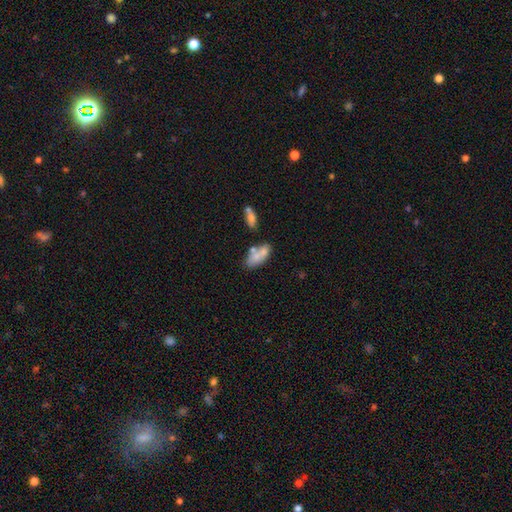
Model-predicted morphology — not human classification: This appears to be a smooth galaxy with no disk features (72%) that is in between round and cigar-shaped (82%). Merging: none (42%).